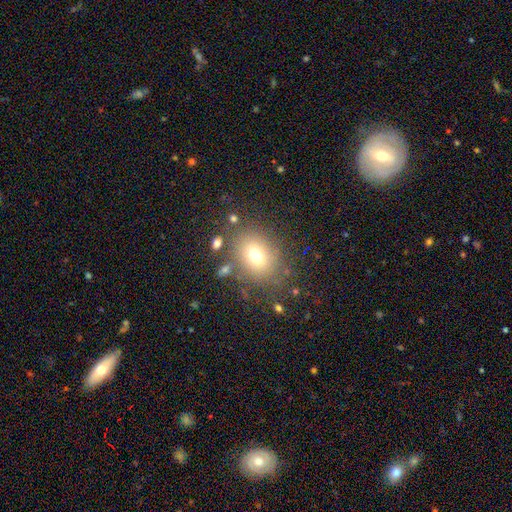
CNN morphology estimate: Smooth or featured? Predicted: smooth (p=0.71). How rounded? Predicted: in between (p=0.51). Merging? Predicted: none (p=0.77).